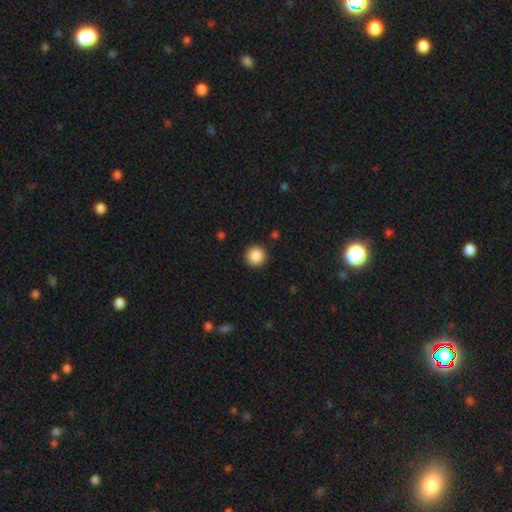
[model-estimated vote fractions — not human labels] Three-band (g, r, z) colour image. It shows a smooth galaxy with no disk features (88%) that is round (96%). Merging: none (92%).